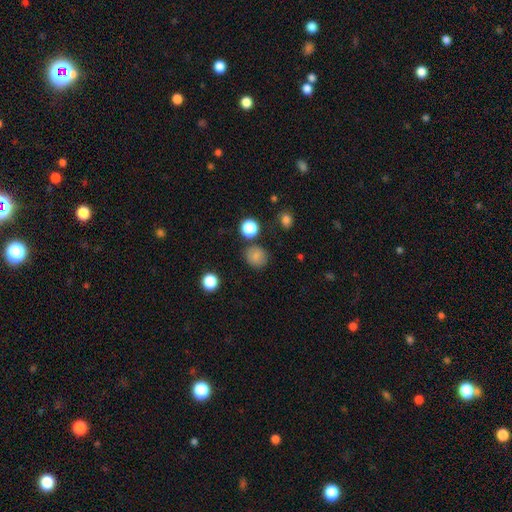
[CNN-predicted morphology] A smooth galaxy with no disk features (79%) that is round (84%). Merging: none (83%).